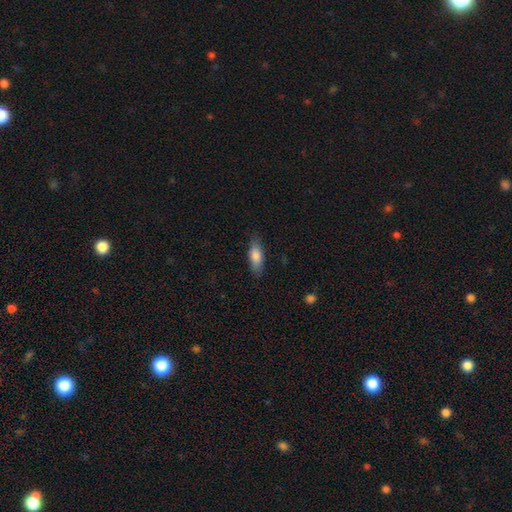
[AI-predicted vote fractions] Smooth or featured? Predicted: smooth (p=0.81). How rounded? Predicted: in between (p=0.68). Merging? Predicted: none (p=0.83).